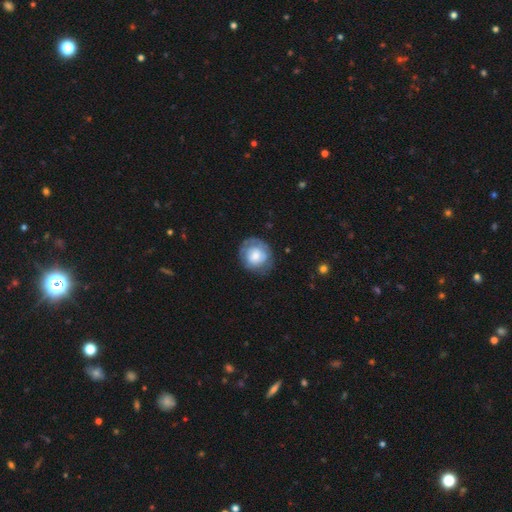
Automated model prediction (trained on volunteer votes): This is possibly a smooth galaxy (54%). How rounded: clearly round (81%). Merging: likely none (69%).